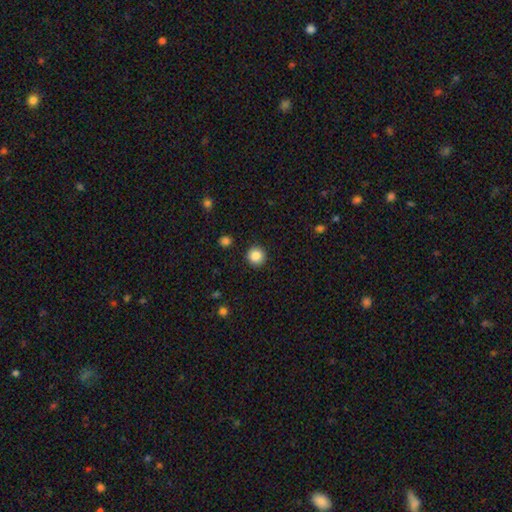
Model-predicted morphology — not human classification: smooth-or-featured: smooth: 86% | star or artifact: 10% | featured or disk: 4%
  how-rounded: round: 94% | in between: 5% | cigar-shaped: 1%
  merging: none: 92% | minor disturbance: 5% | major disturbance: 2% | merger: 1%